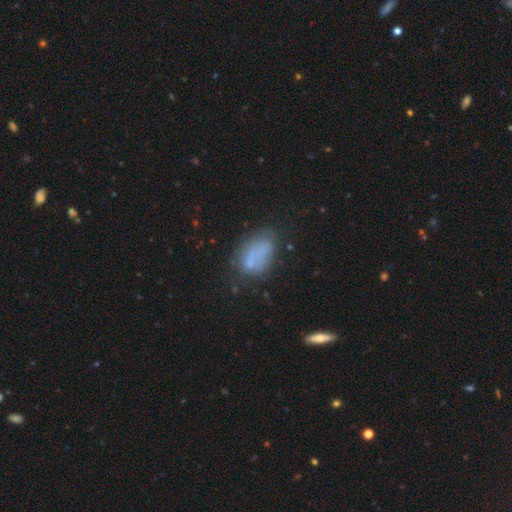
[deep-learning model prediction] Overall: smooth (63%; featured or disk 25%). How rounded: in between (87%). Merging: none (47%; minor disturbance 27%).